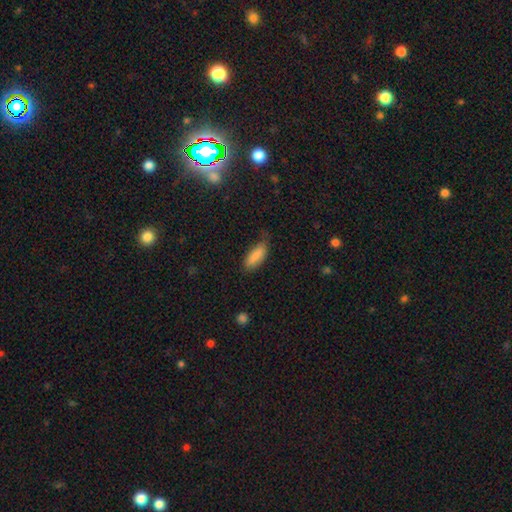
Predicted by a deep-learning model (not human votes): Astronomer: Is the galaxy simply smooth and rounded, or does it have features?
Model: smooth — 86%.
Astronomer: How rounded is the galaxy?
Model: in between — 73%.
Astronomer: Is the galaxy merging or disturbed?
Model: none — 58%.